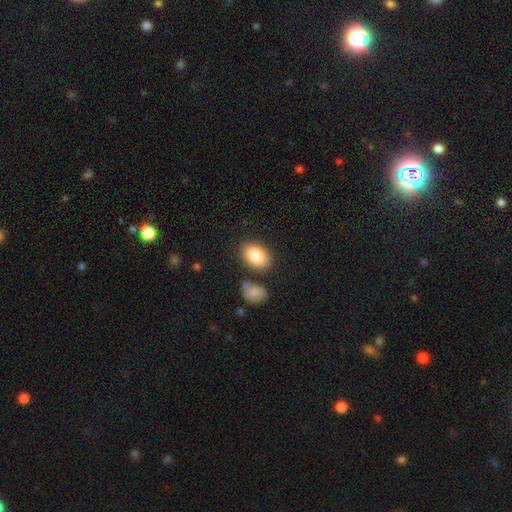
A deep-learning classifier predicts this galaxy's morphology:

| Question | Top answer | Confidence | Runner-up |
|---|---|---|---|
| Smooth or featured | smooth | 87% | featured or disk (7%) |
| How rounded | in between | 89% | round (10%) |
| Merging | none | 75% | minor disturbance (12%) |